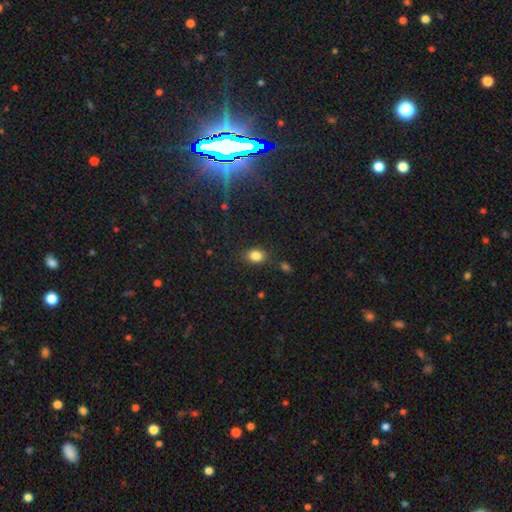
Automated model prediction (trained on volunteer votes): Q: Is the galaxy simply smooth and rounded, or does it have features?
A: smooth — 84%.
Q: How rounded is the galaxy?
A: in between — 64%.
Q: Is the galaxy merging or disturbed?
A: none — 83%.